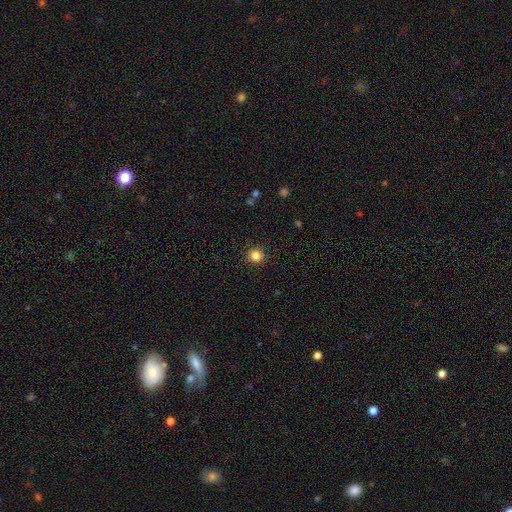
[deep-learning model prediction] Q: Smooth or featured?
A: smooth (84%); runner-up: star or artifact (12%)
Q: How rounded?
A: round (94%); runner-up: in between (5%)
Q: Merging?
A: none (92%); runner-up: minor disturbance (5%)